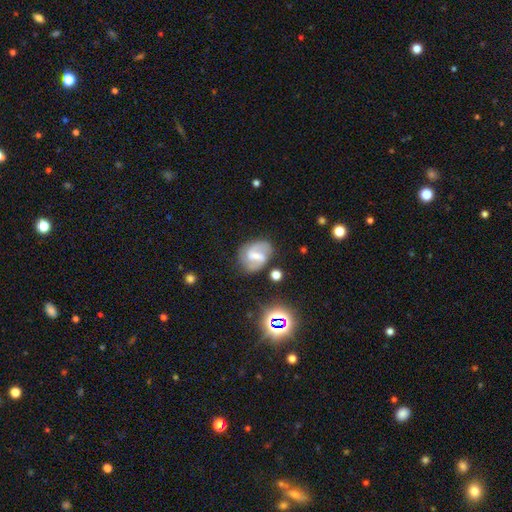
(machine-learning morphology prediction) A featured or disk galaxy (78%) with a weak bar (53%), 2 (87%) medium (50%) spiral arms (93%) and a small central bulge (49%).

Vote fractions:
- Smooth or featured? featured or disk: 78% / smooth: 14% / star or artifact: 8%
- Edge-on disk? no: 98% / yes: 2%
- Bar? weak: 53% / strong: 30% / no: 17%
- Spiral arms? yes: 93% / no: 7%
- Spiral winding? medium: 50% / loose: 32% / tight: 18%
- Spiral arm count? 2: 87% / can't tell: 6% / 1: 4% / 3: 2% / 4: 1% / more than 4: 1%
- Bulge size? small: 49% / moderate: 35% / none: 12% / large: 3% / dominant: 1%
- Merging? none: 73% / minor disturbance: 17% / major disturbance: 7% / merger: 4%